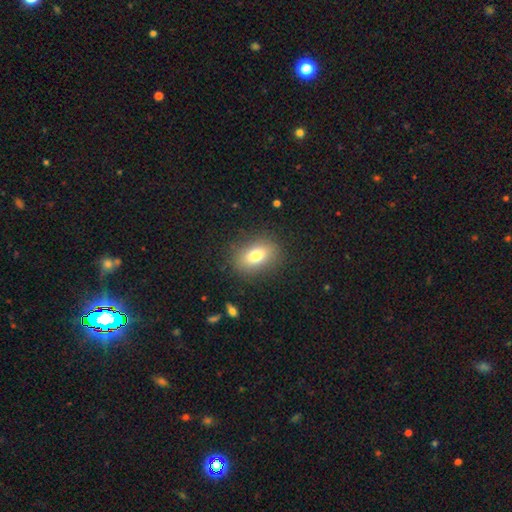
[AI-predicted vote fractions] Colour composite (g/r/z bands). It shows a smooth galaxy with no disk features (76%) that is in between round and cigar-shaped (76%). Merging: none (85%).